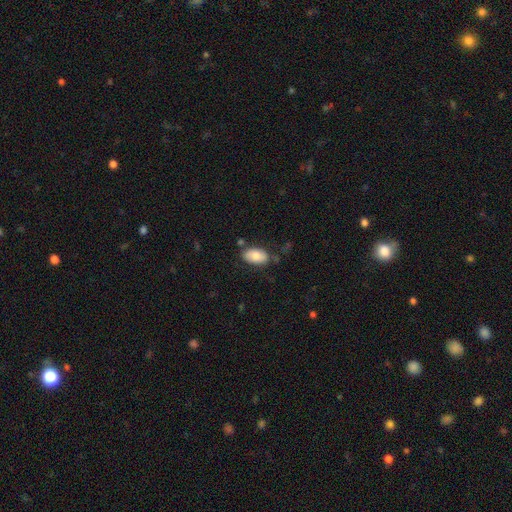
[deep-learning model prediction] This appears to be a smooth galaxy with no disk features (78%) that is in between round and cigar-shaped (94%). Merging: none (73%).